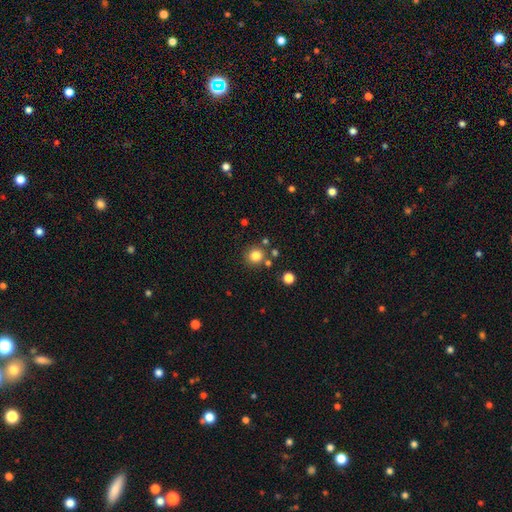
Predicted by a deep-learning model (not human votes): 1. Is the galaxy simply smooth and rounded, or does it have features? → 82% smooth, 13% star or artifact, 6% featured or disk.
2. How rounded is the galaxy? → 91% round, 8% in between, 1% cigar-shaped.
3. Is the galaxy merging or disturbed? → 81% none, 8% merger, 8% minor disturbance, 3% major disturbance.